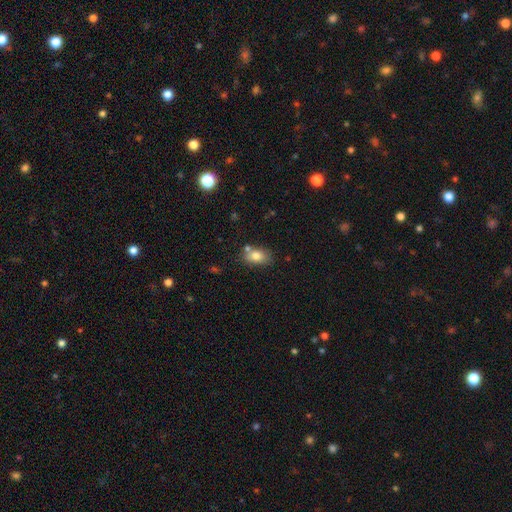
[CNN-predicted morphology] smooth-or-featured: smooth: 79% | featured or disk: 12% | star or artifact: 9%
  how-rounded: in between: 82% | round: 16% | cigar-shaped: 2%
  merging: none: 66% | minor disturbance: 17% | merger: 13% | major disturbance: 4%